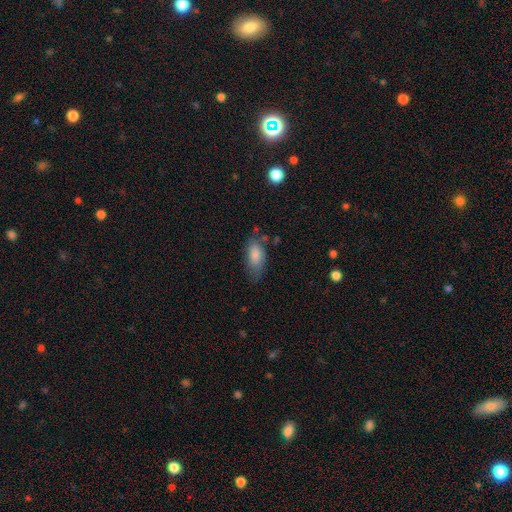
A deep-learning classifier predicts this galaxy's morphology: smooth 80%, featured or disk 14%, star or artifact 7%. Down the decision tree: how rounded — in between (88%); merging — none (58%).